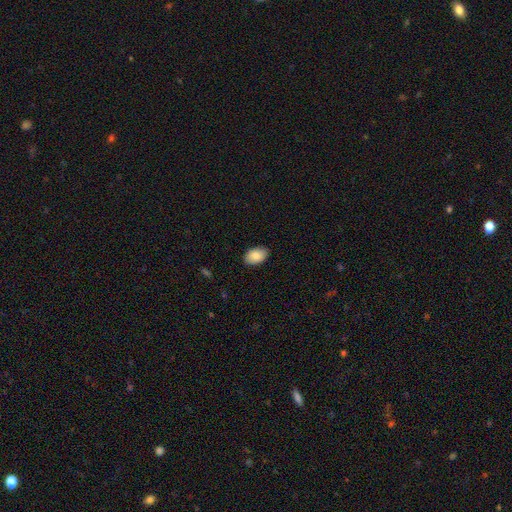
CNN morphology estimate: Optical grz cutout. It shows a smooth galaxy with no disk features (85%) that is in between round and cigar-shaped (91%). Merging: none (87%).